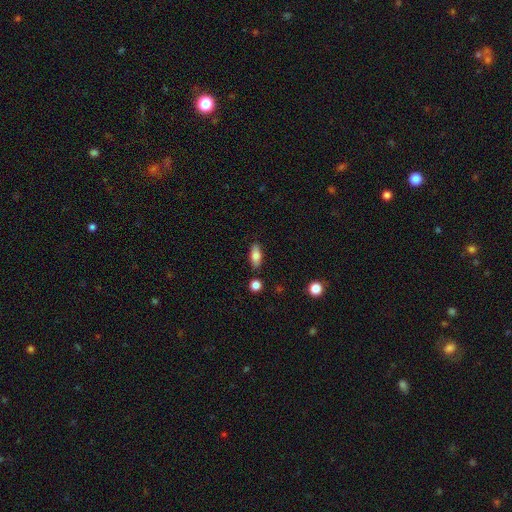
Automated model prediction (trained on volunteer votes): Smooth or featured?
  - smooth: 77% *
  - featured or disk: 16%
  - star or artifact: 8%
How rounded?
  - in between: 78% *
  - cigar-shaped: 18%
  - round: 4%
Merging?
  - none: 83% *
  - minor disturbance: 11%
  - merger: 3%
  - major disturbance: 2%